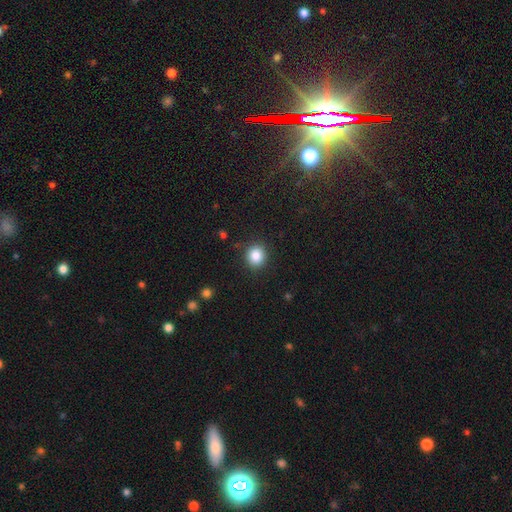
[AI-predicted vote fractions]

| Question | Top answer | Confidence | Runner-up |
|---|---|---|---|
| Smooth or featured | smooth | 86% | star or artifact (10%) |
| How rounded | round | 86% | in between (13%) |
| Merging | none | 89% | minor disturbance (8%) |